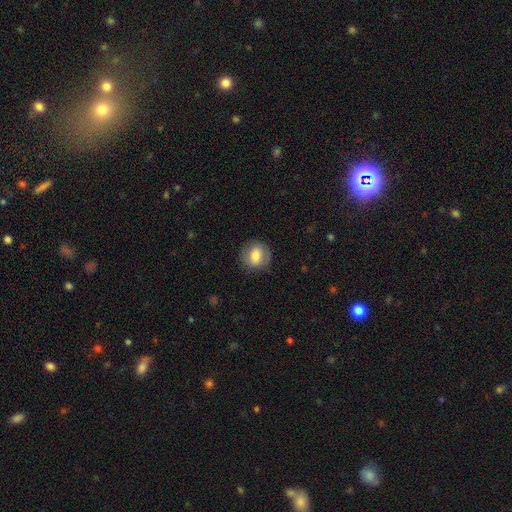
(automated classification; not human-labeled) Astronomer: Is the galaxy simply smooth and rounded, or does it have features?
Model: smooth — 68%.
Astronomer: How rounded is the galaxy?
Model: round — 77%.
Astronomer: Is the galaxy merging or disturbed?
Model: none — 81%.